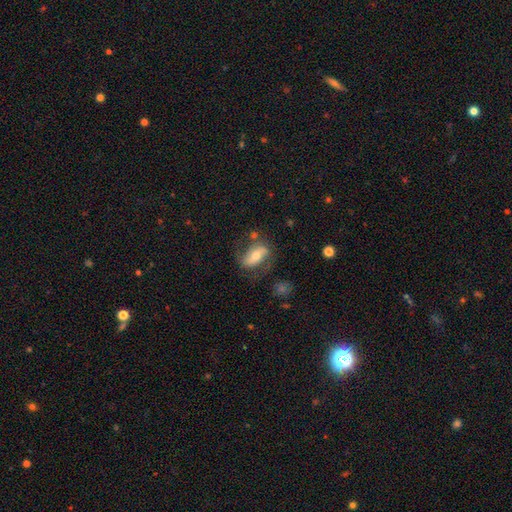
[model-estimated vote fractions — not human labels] A featured or disk galaxy (58%) with a strong bar (43%), spiral arms (77%) and a moderate central bulge (58%). Merging: none (60%).